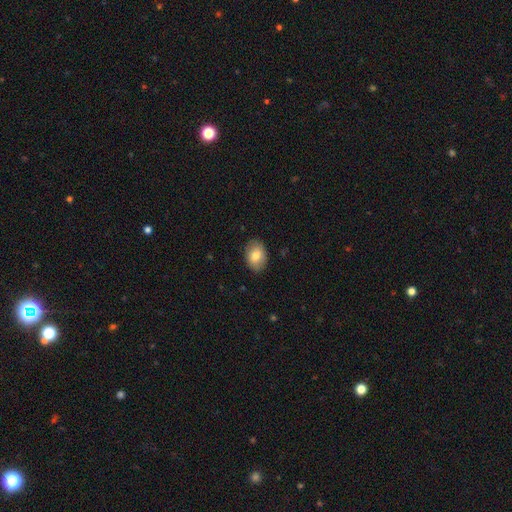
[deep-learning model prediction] Smooth or featured? Predicted: smooth (p=0.79). How rounded? Predicted: in between (p=0.82). Merging? Predicted: none (p=0.87).